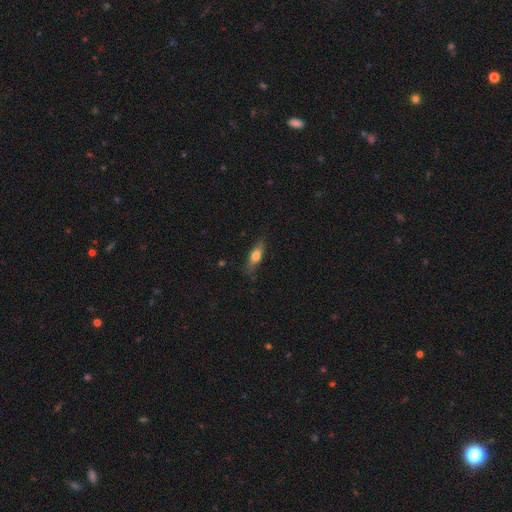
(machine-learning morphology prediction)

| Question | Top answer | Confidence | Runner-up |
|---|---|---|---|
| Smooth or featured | smooth | 66% | featured or disk (27%) |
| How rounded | in between | 58% | cigar-shaped (37%) |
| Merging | none | 75% | minor disturbance (19%) |